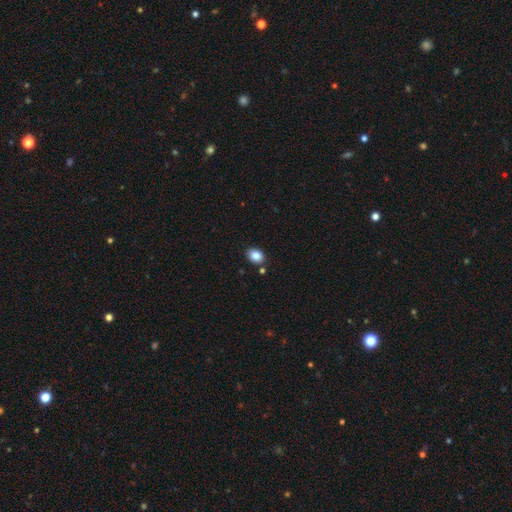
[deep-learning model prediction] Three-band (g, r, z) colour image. It shows a smooth galaxy with no disk features (85%) that is in between round and cigar-shaped (63%). Merging: none (85%).